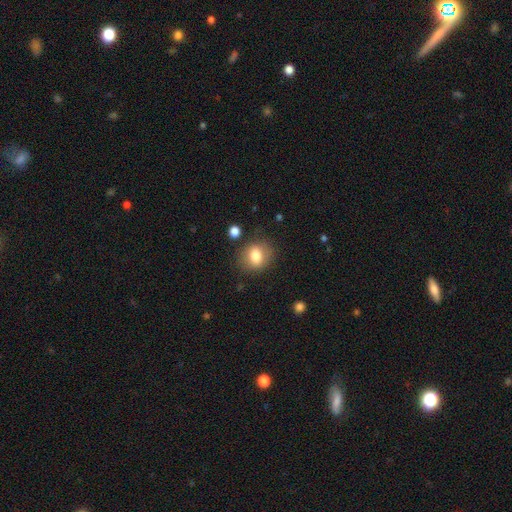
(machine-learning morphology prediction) Q: Smooth or featured?
A: smooth (77%); runner-up: featured or disk (14%)
Q: How rounded?
A: round (56%); runner-up: in between (43%)
Q: Merging?
A: none (80%); runner-up: minor disturbance (13%)